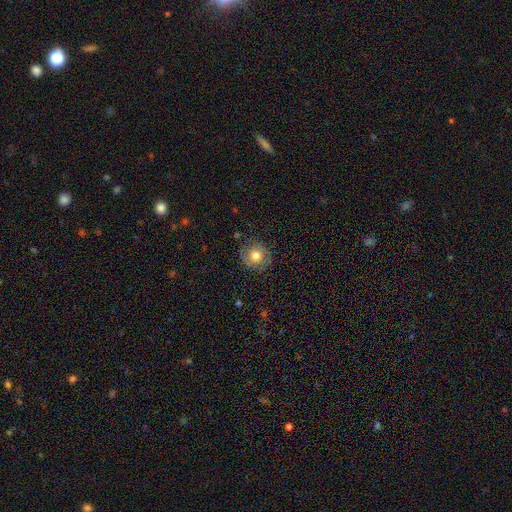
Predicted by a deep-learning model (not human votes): Smooth or featured? smooth (69%)
How rounded? round (89%)
Merging? none (82%)